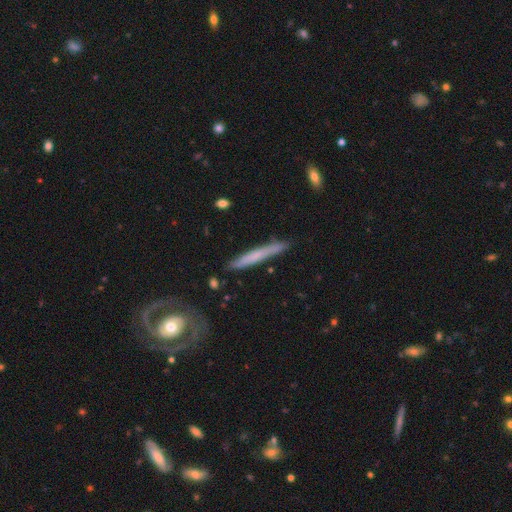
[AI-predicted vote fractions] A smooth galaxy with no disk features (51%) that is cigar-shaped (96%).

Vote fractions:
- Smooth or featured? smooth: 51% / featured or disk: 43% / star or artifact: 6%
- How rounded? cigar-shaped: 96% / in between: 3% / round: 2%
- Merging? none: 86% / minor disturbance: 10% / major disturbance: 2% / merger: 2%